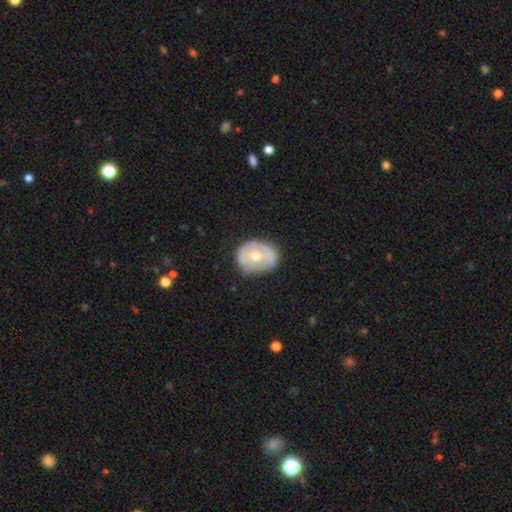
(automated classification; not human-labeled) featured or disk 50%, smooth 44%, star or artifact 6%. Down the decision tree: edge-on disk — no (94%); merging — none (70%).